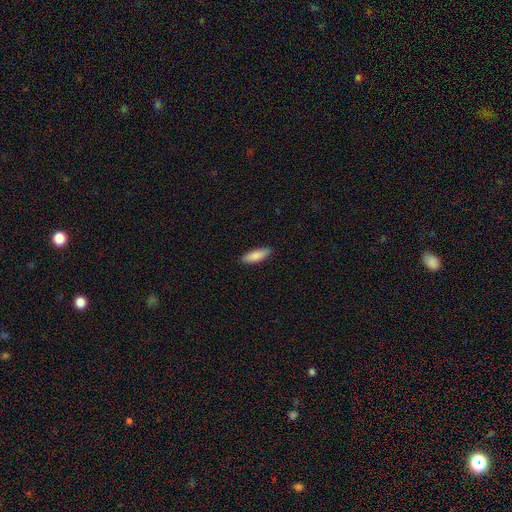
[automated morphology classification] Smooth or featured? smooth (87%)
How rounded? in between (56%)
Merging? none (88%)